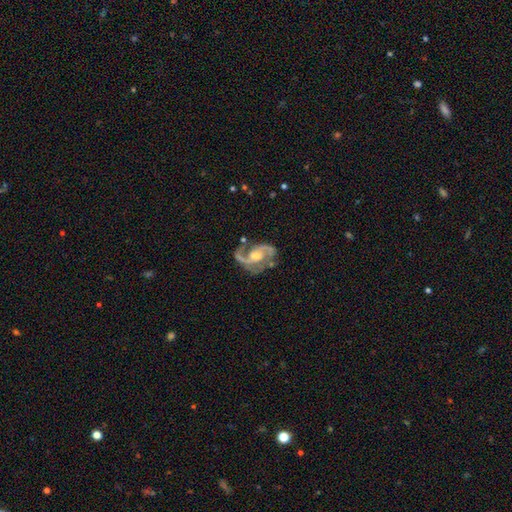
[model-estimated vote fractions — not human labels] Smooth or featured?
  - featured or disk: 90% *
  - star or artifact: 5%
  - smooth: 5%
Edge-on disk?
  - no: 98% *
  - yes: 2%
Bar?
  - no: 49% *
  - weak: 39%
  - strong: 12%
Spiral arms?
  - yes: 97% *
  - no: 3%
Spiral winding?
  - medium: 56% *
  - loose: 25%
  - tight: 19%
Spiral arm count?
  - 2: 85% *
  - 3: 5%
  - can't tell: 4%
  - 1: 3%
  - 4: 2%
  - more than 4: 2%
Bulge size?
  - moderate: 61% *
  - small: 25%
  - large: 9%
  - none: 4%
  - dominant: 1%
Merging?
  - none: 61% *
  - minor disturbance: 21%
  - major disturbance: 14%
  - merger: 4%